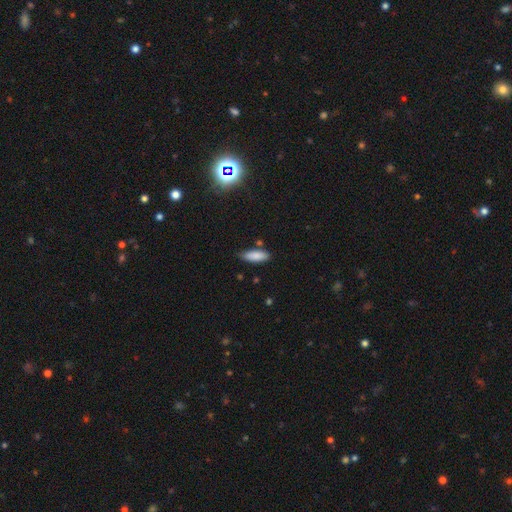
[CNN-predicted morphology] A smooth galaxy with no disk features (86%) that is in between round and cigar-shaped (68%). Merging: none (75%).